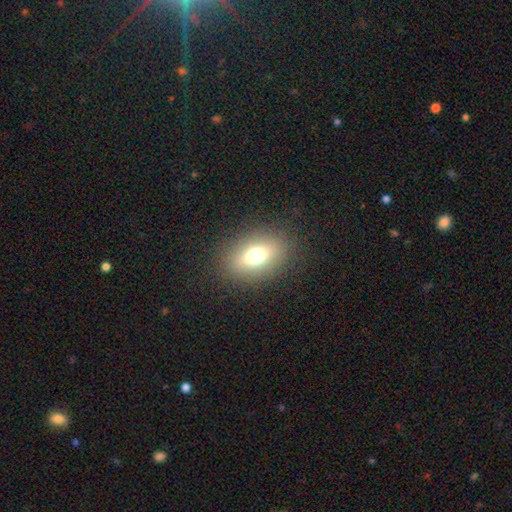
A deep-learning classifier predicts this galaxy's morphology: Smooth or featured? Predicted: smooth (p=0.70). How rounded? Predicted: in between (p=0.73). Merging? Predicted: none (p=0.85).